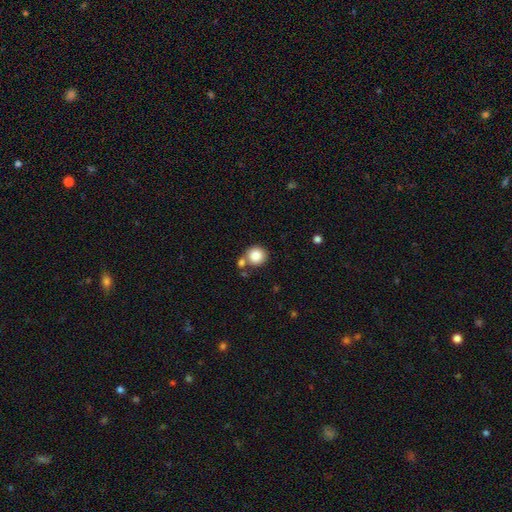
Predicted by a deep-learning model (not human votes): A smooth galaxy with no disk features (85%) that is round (92%).

Vote fractions:
- Smooth or featured? smooth: 85% / star or artifact: 9% / featured or disk: 6%
- How rounded? round: 92% / in between: 7% / cigar-shaped: 1%
- Merging? none: 68% / merger: 20% / minor disturbance: 9% / major disturbance: 3%